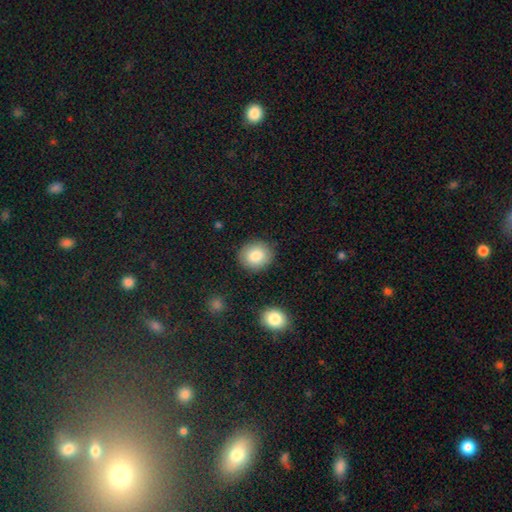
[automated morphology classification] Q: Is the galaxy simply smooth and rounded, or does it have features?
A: smooth — 84%.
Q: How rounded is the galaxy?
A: round — 79%.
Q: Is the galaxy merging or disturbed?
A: none — 88%.